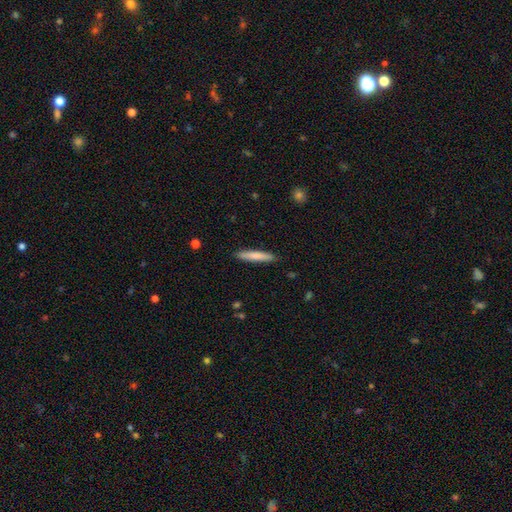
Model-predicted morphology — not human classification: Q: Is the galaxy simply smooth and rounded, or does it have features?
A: smooth — 78%.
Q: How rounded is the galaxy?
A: cigar-shaped — 92%.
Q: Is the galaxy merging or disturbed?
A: none — 89%.